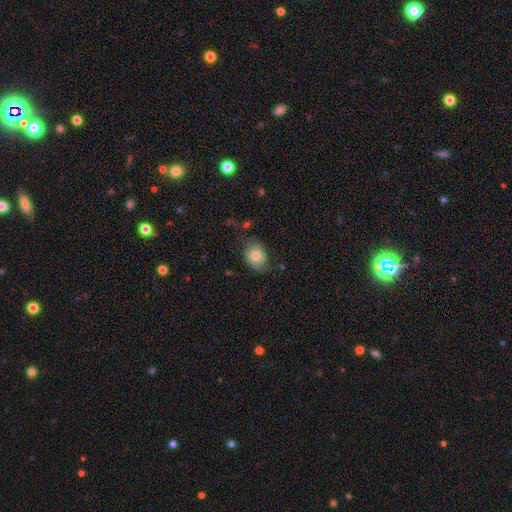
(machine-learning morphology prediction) Overall: smooth (71%). How rounded: in between (56%; round 43%). Merging: none (59%; minor disturbance 29%).